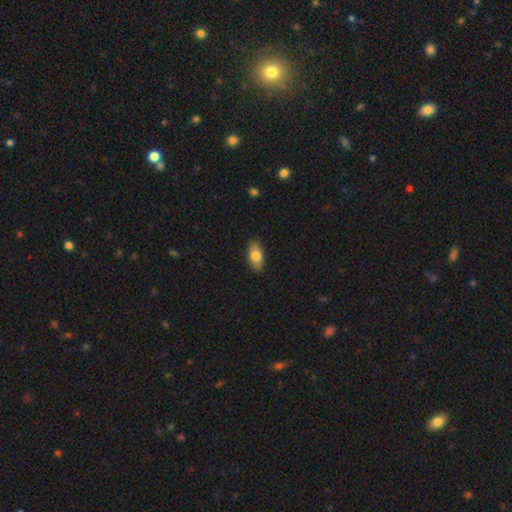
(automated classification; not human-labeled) Smooth or featured: smooth — 78% (featured or disk — 15%)
How rounded: in between — 88% (cigar-shaped — 8%)
Merging: none — 87% (minor disturbance — 10%)